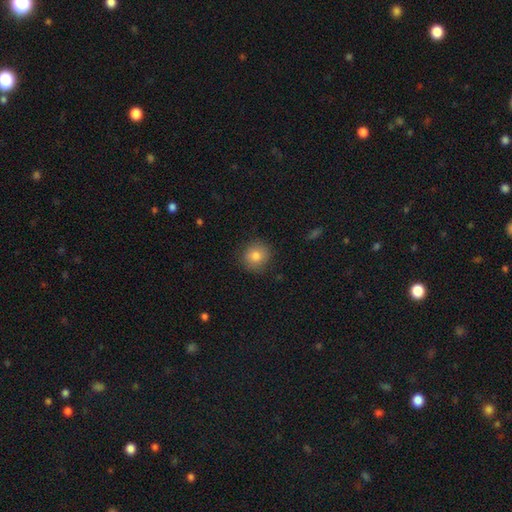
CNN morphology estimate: Overall: smooth (81%). How rounded: round (90%). Merging: none (87%).